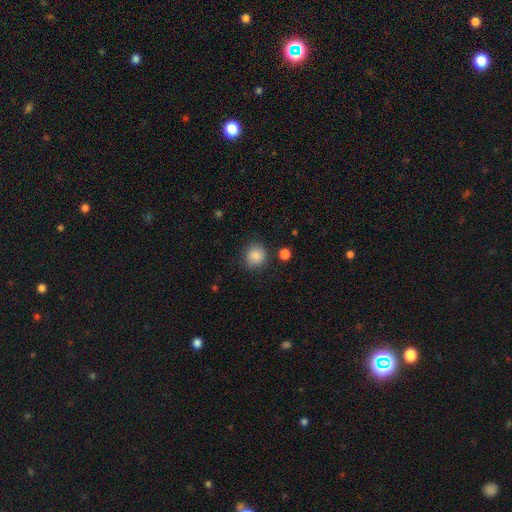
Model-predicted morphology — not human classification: type=smooth (87%); roundness=round (84%); merging=none (84%).